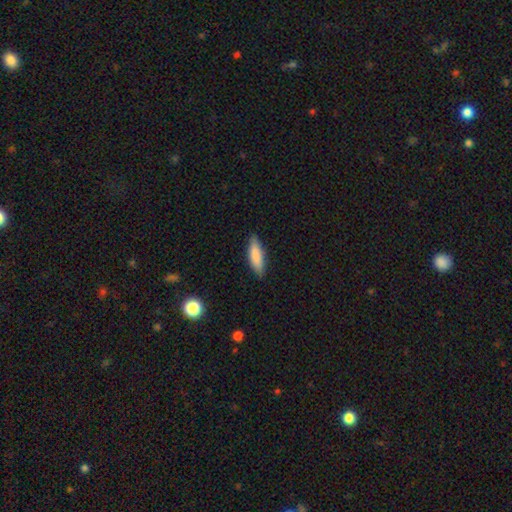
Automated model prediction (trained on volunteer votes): Q: Smooth or featured?
A: smooth (84%); runner-up: featured or disk (10%)
Q: How rounded?
A: cigar-shaped (54%); runner-up: in between (45%)
Q: Merging?
A: none (85%); runner-up: minor disturbance (12%)